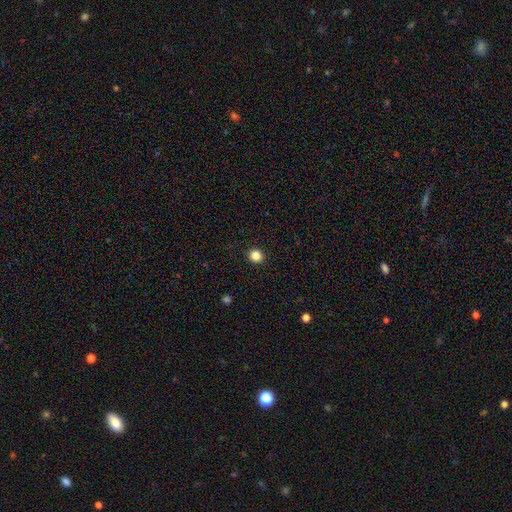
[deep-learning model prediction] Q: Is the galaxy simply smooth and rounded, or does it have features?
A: smooth — 84%.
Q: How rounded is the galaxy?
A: round — 89%.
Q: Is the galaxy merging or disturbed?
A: none — 93%.